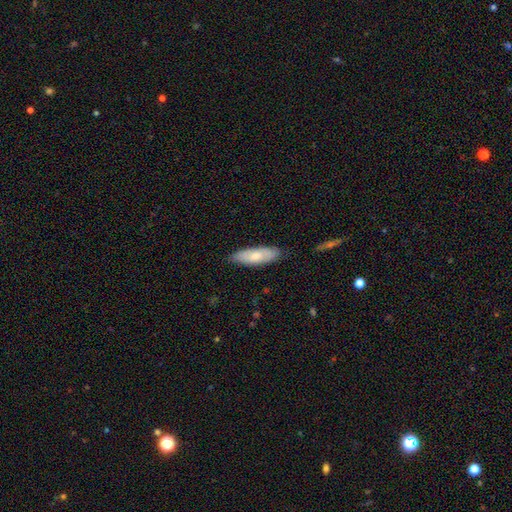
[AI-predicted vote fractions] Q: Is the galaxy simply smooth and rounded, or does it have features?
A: smooth — 71%.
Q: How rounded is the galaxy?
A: in between — 59%.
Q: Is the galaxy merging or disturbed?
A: none — 81%.